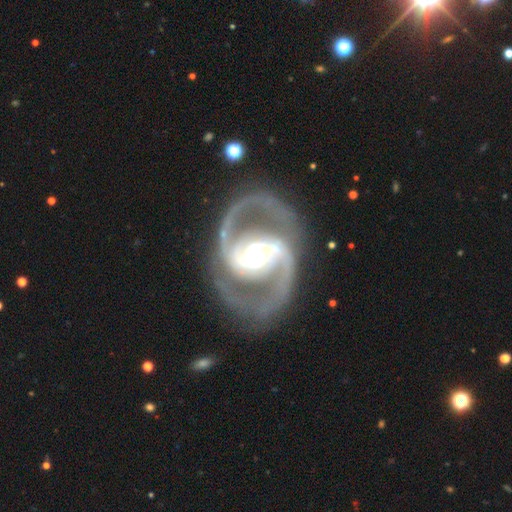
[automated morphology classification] A featured or disk galaxy (93%) with a weak bar (36%), 2 (93%) medium (61%) spiral arms (98%) and a moderate central bulge (62%).

Vote fractions:
- Smooth or featured? featured or disk: 93% / star or artifact: 4% / smooth: 3%
- Edge-on disk? no: 98% / yes: 2%
- Bar? weak: 36% / no: 33% / strong: 31%
- Spiral arms? yes: 98% / no: 2%
- Spiral winding? medium: 61% / tight: 27% / loose: 12%
- Spiral arm count? 2: 93% / 3: 2% / can't tell: 2% / 1: 1% / 4: 1% / more than 4: 1%
- Bulge size? moderate: 62% / large: 24% / small: 10% / dominant: 2% / none: 1%
- Merging? none: 79% / minor disturbance: 12% / major disturbance: 7% / merger: 2%